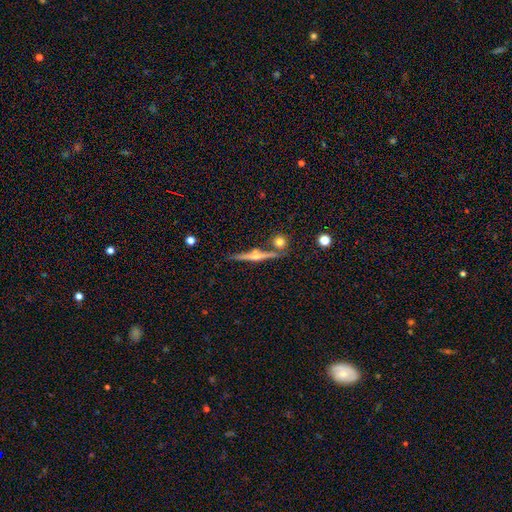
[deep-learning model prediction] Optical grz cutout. It shows a featured or disk galaxy (74%) viewed edge-on (97%) with a rounded central bulge (88%). Merging: none (80%).